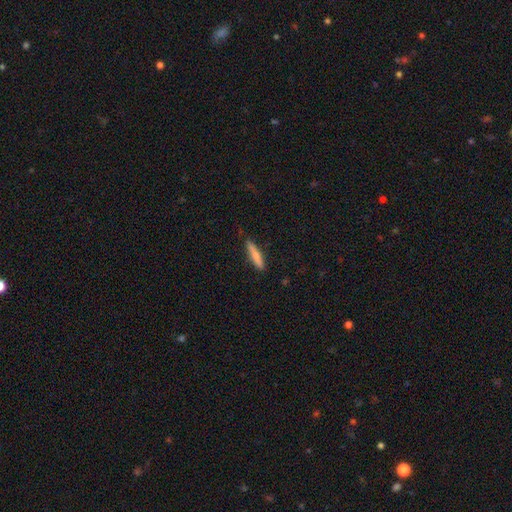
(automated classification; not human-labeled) smooth-or-featured: smooth: 73% | featured or disk: 22% | star or artifact: 6%
  how-rounded: cigar-shaped: 87% | in between: 11% | round: 2%
  merging: none: 84% | minor disturbance: 13% | major disturbance: 2% | merger: 1%